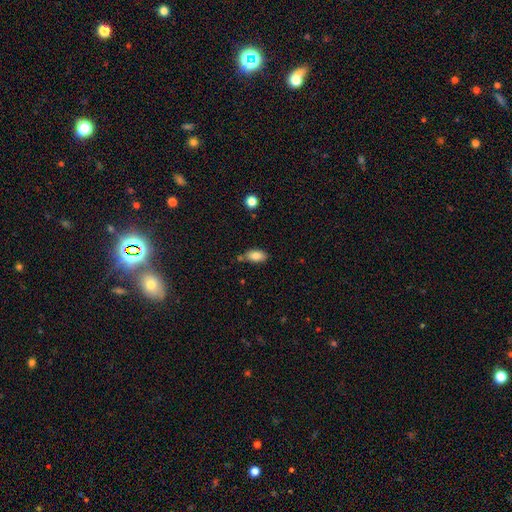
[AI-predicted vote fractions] Overall: smooth (83%). How rounded: in between (91%). Merging: none (68%).